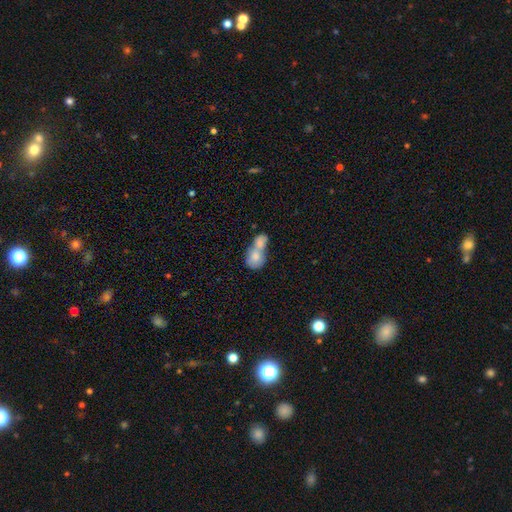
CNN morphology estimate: Q: Smooth or featured?
A: smooth (76%); runner-up: featured or disk (17%)
Q: How rounded?
A: round (56%); runner-up: in between (42%)
Q: Merging?
A: merger (78%); runner-up: none (14%)